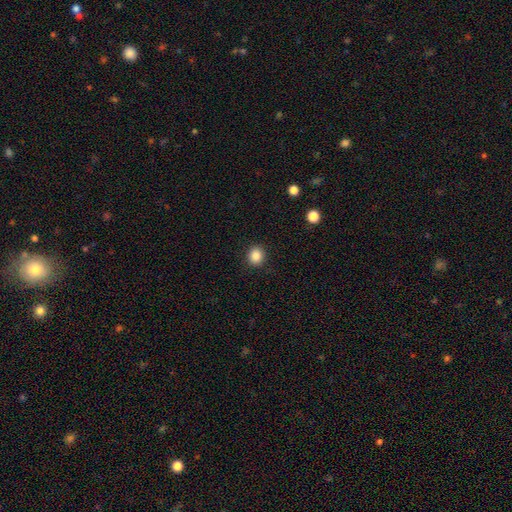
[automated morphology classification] type=smooth (87%); roundness=round (77%); merging=none (91%).